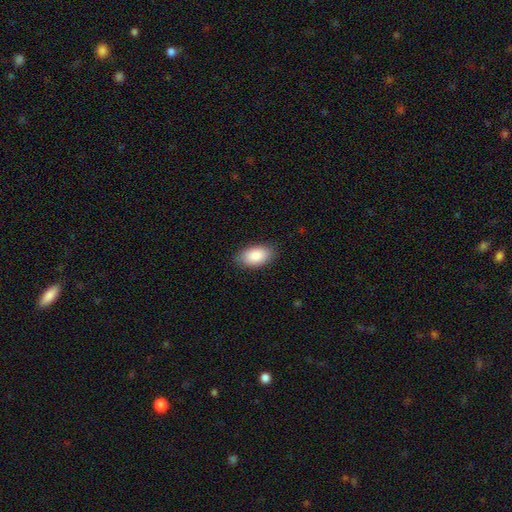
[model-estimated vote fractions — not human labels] Q: Smooth or featured?
A: smooth (89%); runner-up: star or artifact (6%)
Q: How rounded?
A: in between (95%); runner-up: round (4%)
Q: Merging?
A: none (86%); runner-up: minor disturbance (11%)